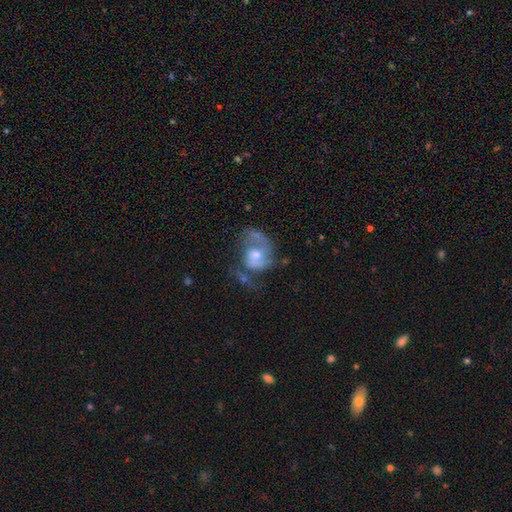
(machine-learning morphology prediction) type=featured or disk (72%); edge-on=no (97%); bar=no (66%); spiral arms=yes (86%); winding=medium (46%); arm count=2 (58%); bulge=moderate (60%); merging=none (38%).